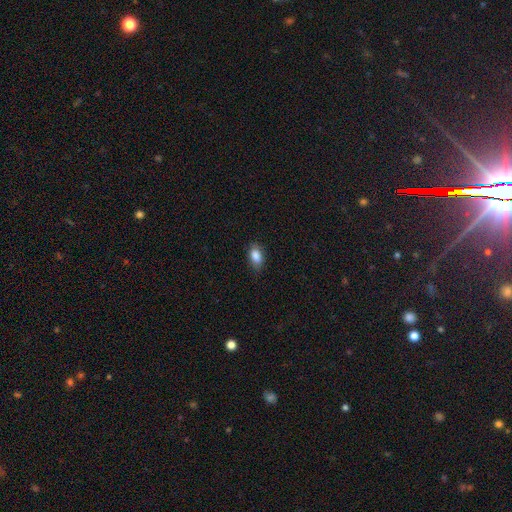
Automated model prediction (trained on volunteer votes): Smooth or featured?
  - smooth: 86% *
  - star or artifact: 8%
  - featured or disk: 6%
How rounded?
  - in between: 89% *
  - round: 6%
  - cigar-shaped: 4%
Merging?
  - none: 78% *
  - minor disturbance: 17%
  - major disturbance: 3%
  - merger: 1%